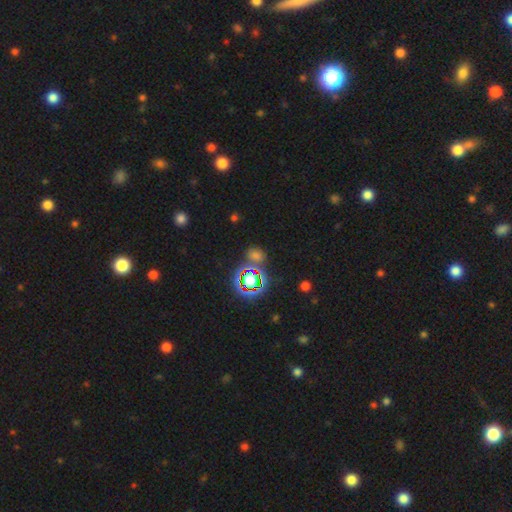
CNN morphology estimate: smooth_or_featured: star or artifact (p=0.48) [alt: smooth p=0.43]